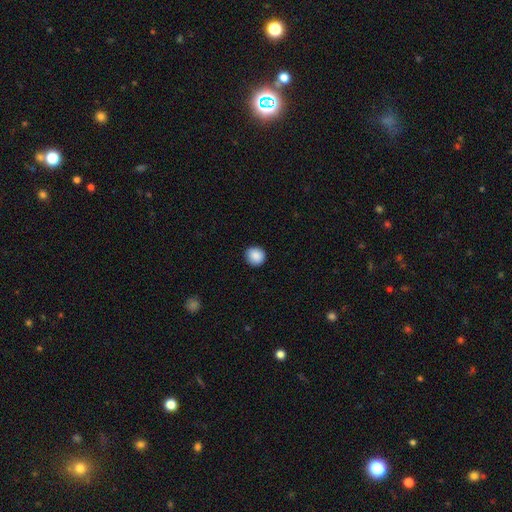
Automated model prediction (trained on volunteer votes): A smooth galaxy with no disk features (88%) that is round (93%).

Vote fractions:
- Smooth or featured? smooth: 88% / star or artifact: 8% / featured or disk: 3%
- How rounded? round: 93% / in between: 6% / cigar-shaped: 1%
- Merging? none: 91% / minor disturbance: 7% / major disturbance: 2% / merger: 1%